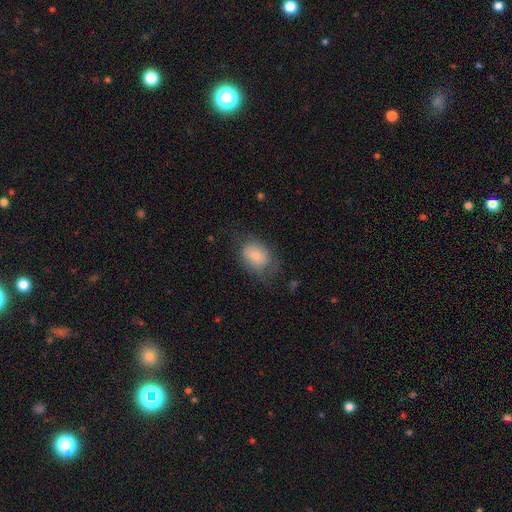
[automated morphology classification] smooth_or_featured: smooth (p=0.75) [alt: featured or disk p=0.18]
how_rounded: in between (p=0.66) [alt: round p=0.33]
merging: none (p=0.56) [alt: minor disturbance p=0.27]